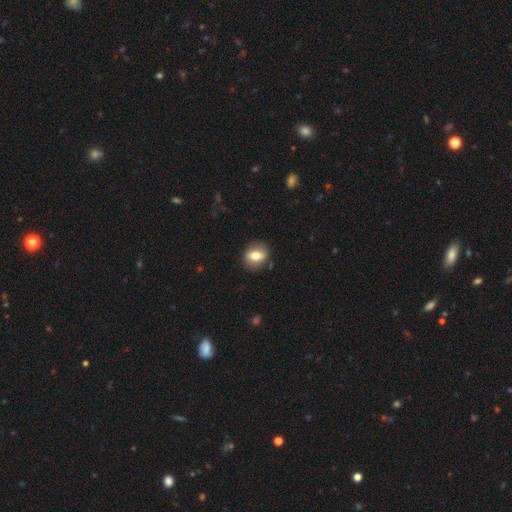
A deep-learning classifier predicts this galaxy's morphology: smooth 67%, featured or disk 25%, star or artifact 8%. Down the decision tree: how rounded — in between (55%); merging — none (82%).